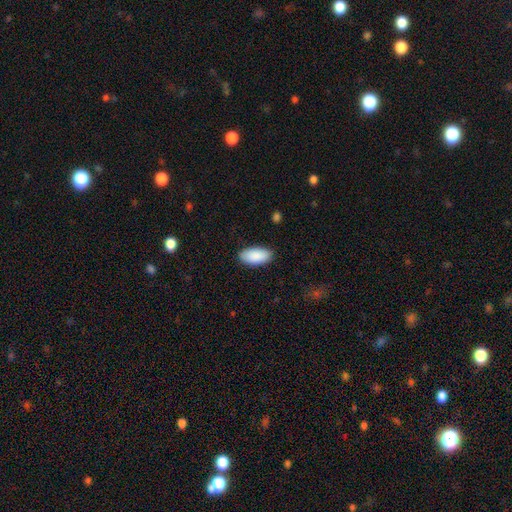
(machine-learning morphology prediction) Smooth or featured?
  - smooth: 90% *
  - star or artifact: 6%
  - featured or disk: 4%
How rounded?
  - in between: 94% *
  - cigar-shaped: 5%
  - round: 2%
Merging?
  - none: 88% *
  - minor disturbance: 9%
  - major disturbance: 2%
  - merger: 1%